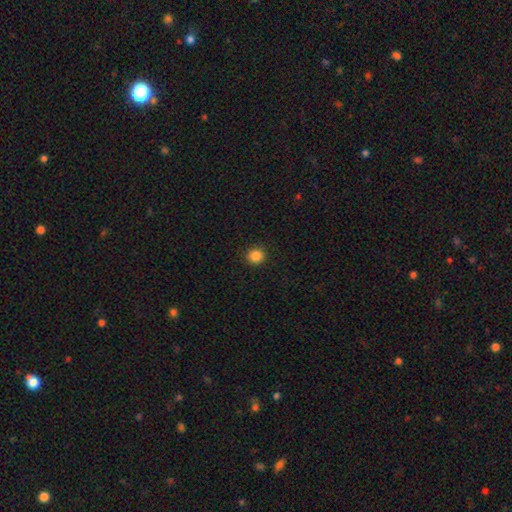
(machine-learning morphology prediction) The model was most divided on "smooth or featured": smooth: 86%, star or artifact: 11%, featured or disk: 3%. More confident: merging — none (91%); how rounded — round (91%).